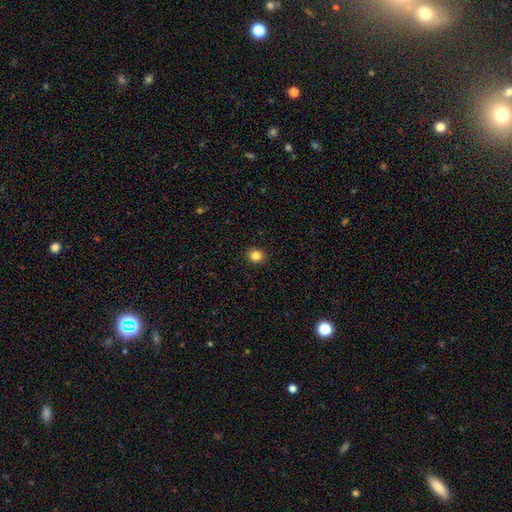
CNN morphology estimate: Smooth or featured: smooth — 84% (star or artifact — 11%)
How rounded: round — 71% (in between — 28%)
Merging: none — 91% (minor disturbance — 6%)